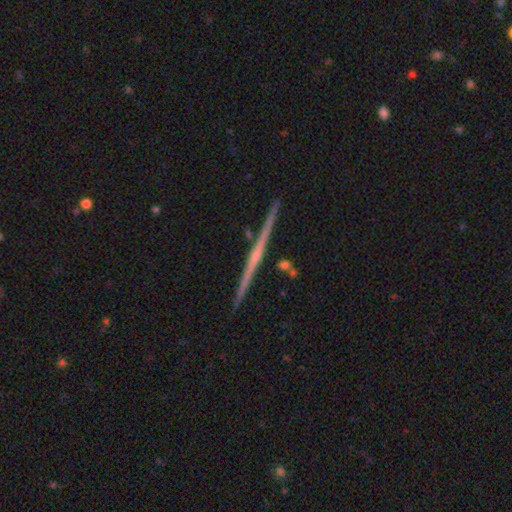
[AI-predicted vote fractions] The model was most divided on "edge-on bulge": none: 50%, rounded: 42%, boxy: 8%. More confident: edge-on disk — yes (99%); merging — none (92%); smooth or featured — featured or disk (79%).